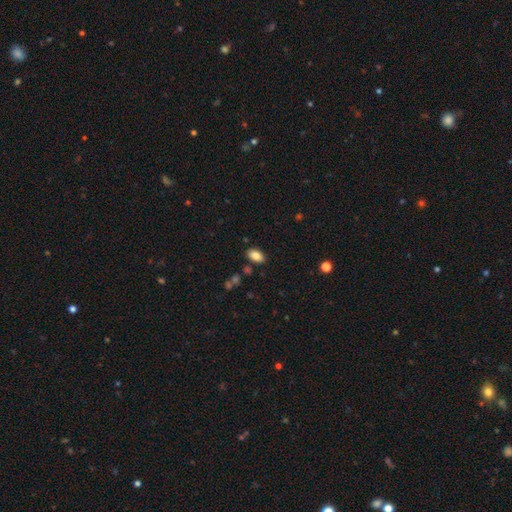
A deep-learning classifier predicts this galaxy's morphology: smooth-or-featured: smooth: 84% | star or artifact: 9% | featured or disk: 8%
  how-rounded: in between: 92% | round: 6% | cigar-shaped: 2%
  merging: none: 84% | minor disturbance: 10% | merger: 3% | major disturbance: 2%